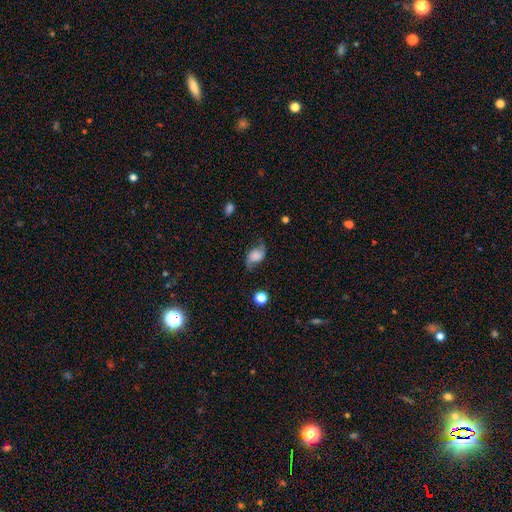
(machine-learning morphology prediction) featured or disk 54%, smooth 35%, star or artifact 10%. Down the decision tree: edge-on disk — no (95%); bar — no (62%); spiral arms — yes (89%); bulge size — none (36%); merging — none (62%).